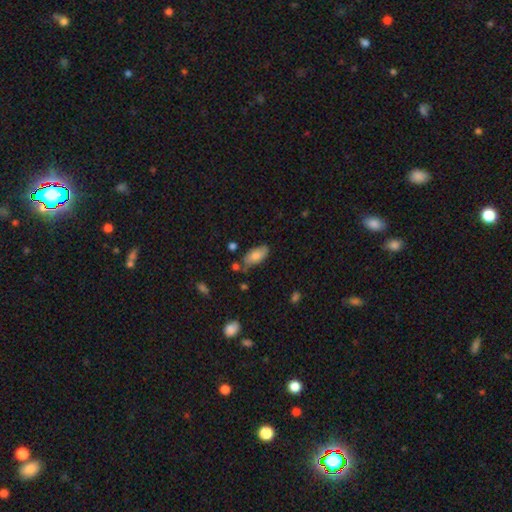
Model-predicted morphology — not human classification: The model was most divided on "merging": none: 65%, minor disturbance: 24%, merger: 6%, major disturbance: 5%. More confident: how rounded — in between (91%); smooth or featured — smooth (77%).